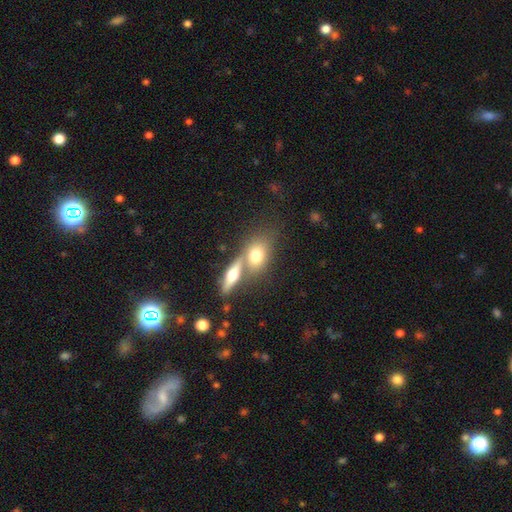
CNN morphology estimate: Q: Smooth or featured?
A: smooth (68%); runner-up: featured or disk (25%)
Q: How rounded?
A: in between (70%); runner-up: round (22%)
Q: Merging?
A: merger (46%); runner-up: none (40%)